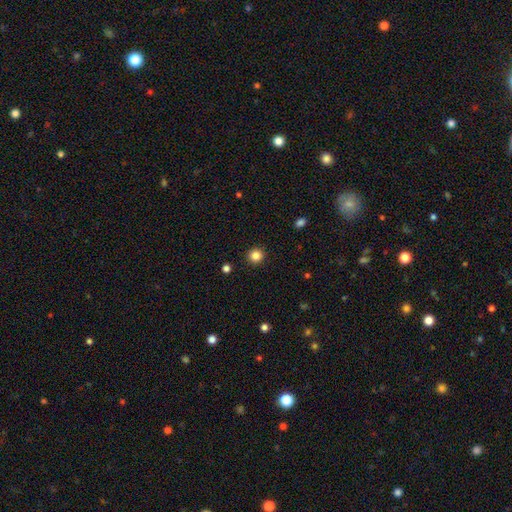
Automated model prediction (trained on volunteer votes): Overall: smooth (85%). How rounded: round (93%). Merging: none (93%).